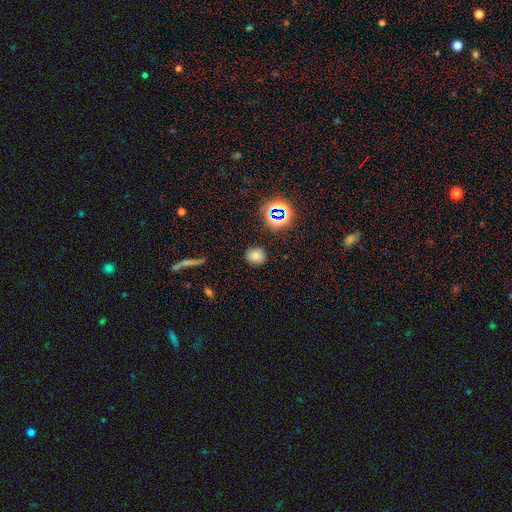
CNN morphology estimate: Smooth or featured? smooth (73%)
How rounded? round (67%)
Merging? none (83%)